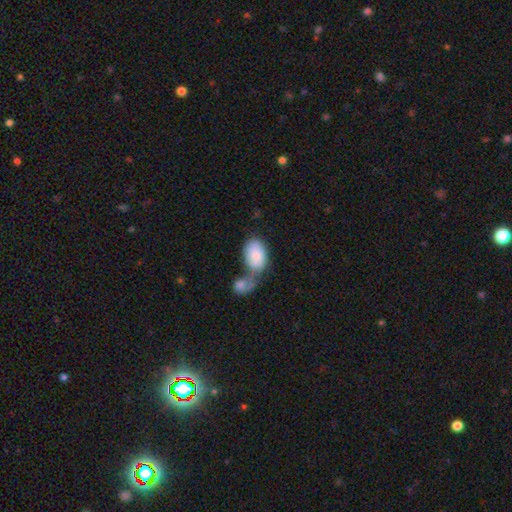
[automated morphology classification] This appears to be a smooth galaxy with no disk features (80%) that is in between round and cigar-shaped (89%). Merging: merger (52%).